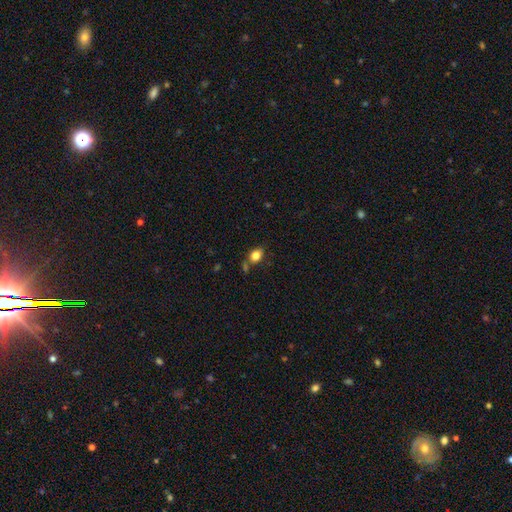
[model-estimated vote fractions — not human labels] A smooth galaxy with no disk features (82%) that is in between round and cigar-shaped (64%).

Vote fractions:
- Smooth or featured? smooth: 82% / star or artifact: 10% / featured or disk: 8%
- How rounded? in between: 64% / round: 35% / cigar-shaped: 1%
- Merging? none: 66% / minor disturbance: 17% / merger: 12% / major disturbance: 5%